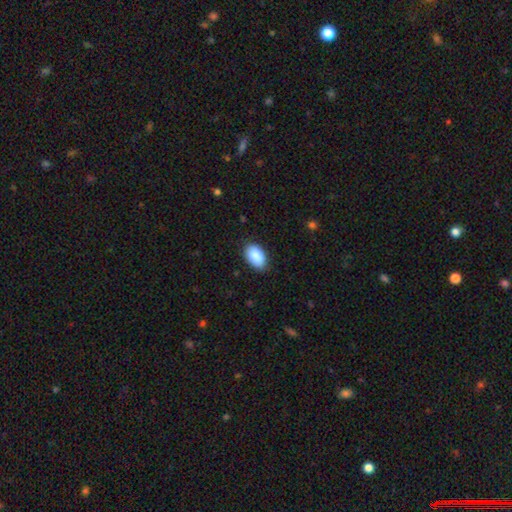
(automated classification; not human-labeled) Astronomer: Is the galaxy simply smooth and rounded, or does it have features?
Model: smooth — 89%.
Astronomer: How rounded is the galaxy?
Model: in between — 93%.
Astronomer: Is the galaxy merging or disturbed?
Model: none — 85%.